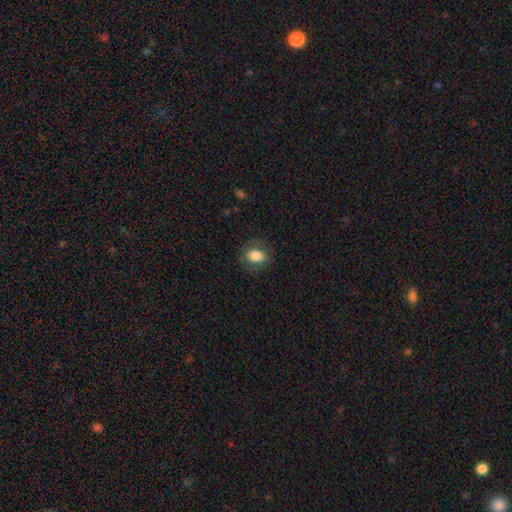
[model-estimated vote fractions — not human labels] Smooth or featured?
  - smooth: 80% *
  - featured or disk: 12%
  - star or artifact: 8%
How rounded?
  - in between: 64% *
  - round: 35%
  - cigar-shaped: 1%
Merging?
  - none: 80% *
  - minor disturbance: 13%
  - major disturbance: 6%
  - merger: 1%